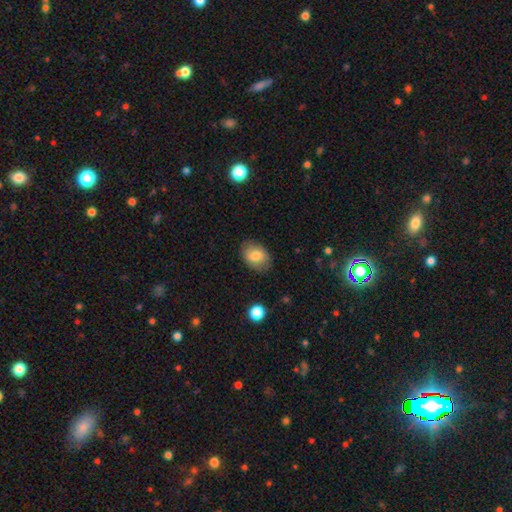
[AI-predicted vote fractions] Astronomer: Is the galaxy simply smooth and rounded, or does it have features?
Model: smooth — 78%.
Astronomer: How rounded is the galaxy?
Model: in between — 74%.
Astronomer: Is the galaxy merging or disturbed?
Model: none — 81%.